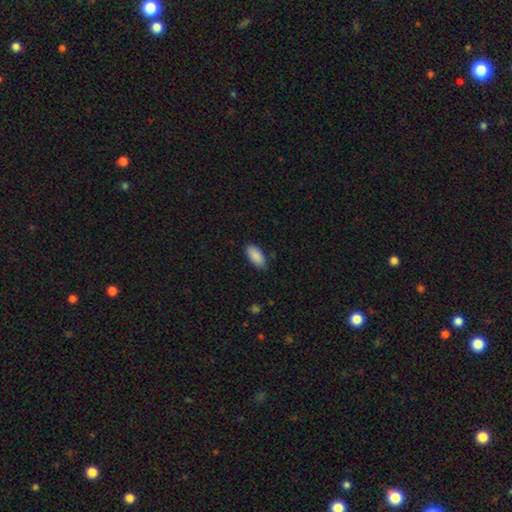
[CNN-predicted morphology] A smooth galaxy with no disk features (90%) that is in between round and cigar-shaped (91%).

Vote fractions:
- Smooth or featured? smooth: 90% / star or artifact: 6% / featured or disk: 4%
- How rounded? in between: 91% / cigar-shaped: 7% / round: 2%
- Merging? none: 85% / minor disturbance: 11% / major disturbance: 2% / merger: 1%